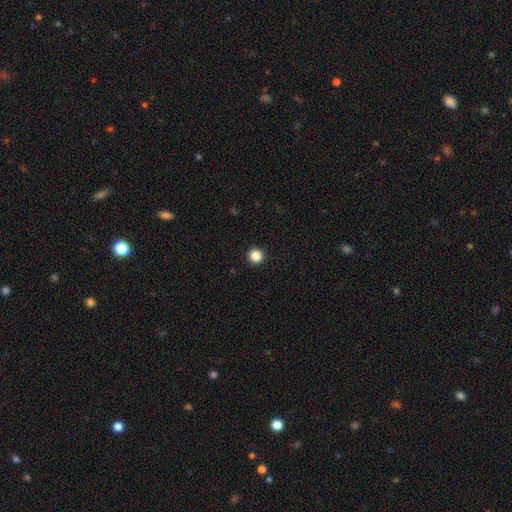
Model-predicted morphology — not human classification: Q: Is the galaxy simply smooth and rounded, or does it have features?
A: smooth — 86%.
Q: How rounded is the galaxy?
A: round — 96%.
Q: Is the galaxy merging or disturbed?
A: none — 94%.